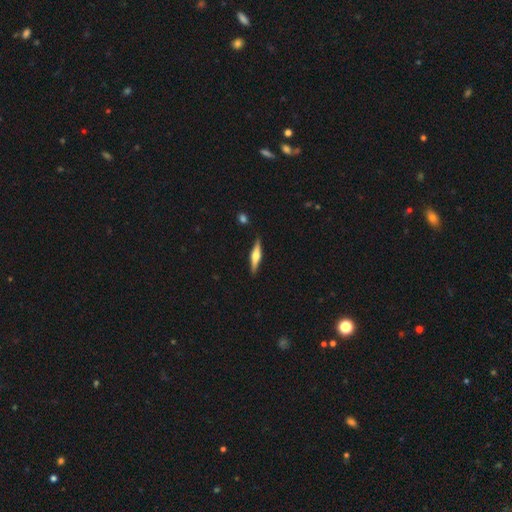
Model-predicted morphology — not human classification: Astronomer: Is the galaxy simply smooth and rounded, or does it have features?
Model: featured or disk — 61%.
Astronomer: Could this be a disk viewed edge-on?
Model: yes — 97%.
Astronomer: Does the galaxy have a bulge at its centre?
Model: rounded — 88%.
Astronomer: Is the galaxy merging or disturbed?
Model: none — 88%.